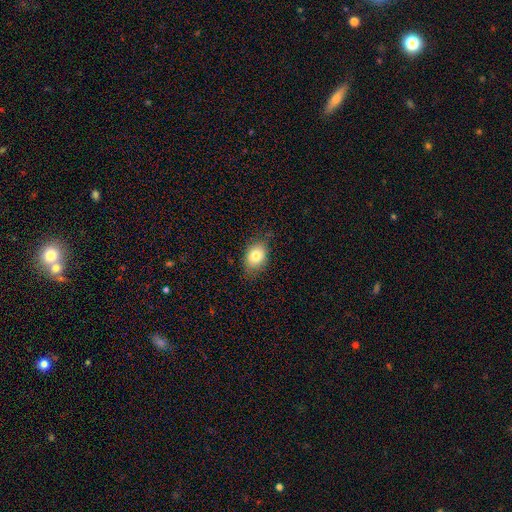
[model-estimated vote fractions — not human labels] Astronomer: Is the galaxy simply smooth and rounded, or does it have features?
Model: smooth — 80%.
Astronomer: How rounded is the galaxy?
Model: in between — 70%.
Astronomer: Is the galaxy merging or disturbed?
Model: none — 77%.